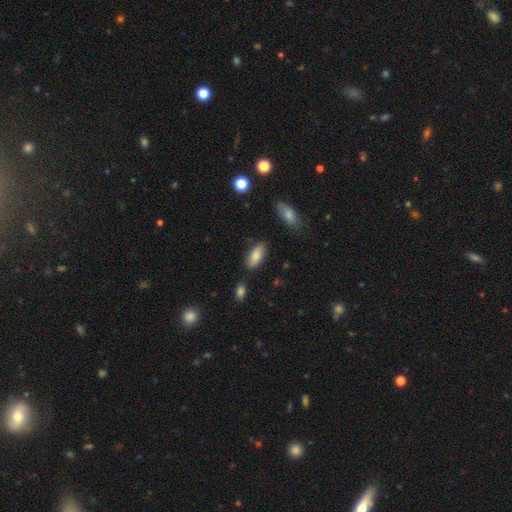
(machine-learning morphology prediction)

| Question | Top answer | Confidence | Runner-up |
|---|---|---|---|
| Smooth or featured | smooth | 83% | featured or disk (10%) |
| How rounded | in between | 87% | cigar-shaped (11%) |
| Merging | none | 79% | minor disturbance (14%) |